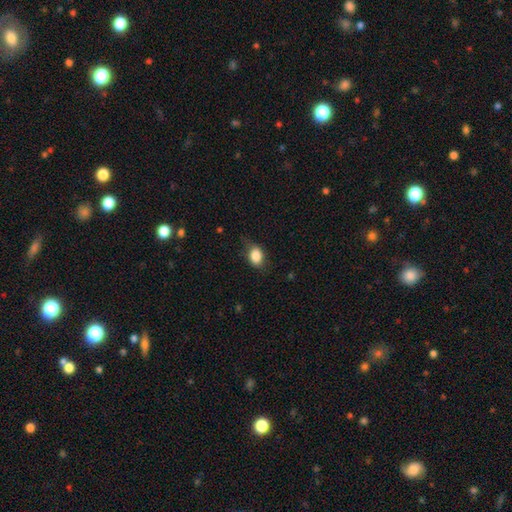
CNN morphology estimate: smooth_or_featured: smooth (p=0.85) [alt: star or artifact p=0.08]
how_rounded: in between (p=0.75) [alt: round p=0.23]
merging: none (p=0.68) [alt: minor disturbance p=0.24]